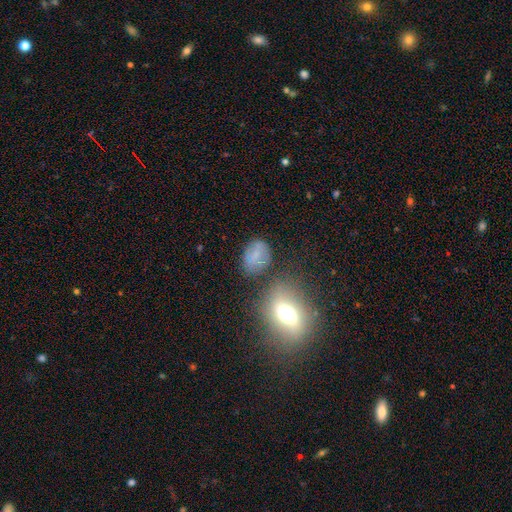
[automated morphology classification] A smooth galaxy with no disk features (65%) that is in between round and cigar-shaped (66%).

Vote fractions:
- Smooth or featured? smooth: 65% / featured or disk: 23% / star or artifact: 12%
- How rounded? in between: 66% / round: 32% / cigar-shaped: 2%
- Merging? none: 60% / minor disturbance: 22% / major disturbance: 10% / merger: 9%